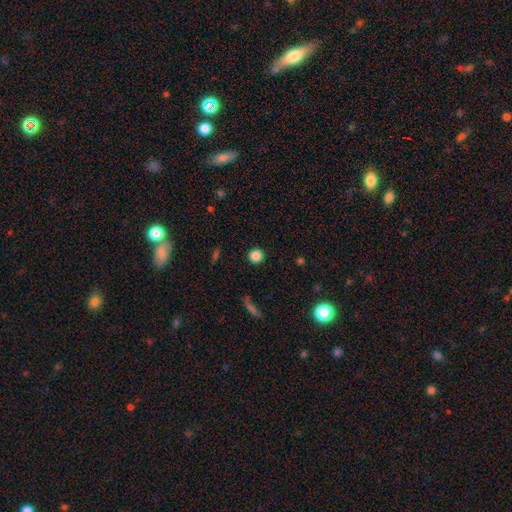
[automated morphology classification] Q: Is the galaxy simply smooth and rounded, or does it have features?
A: smooth — 86%.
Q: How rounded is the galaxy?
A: round — 94%.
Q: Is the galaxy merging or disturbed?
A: none — 91%.